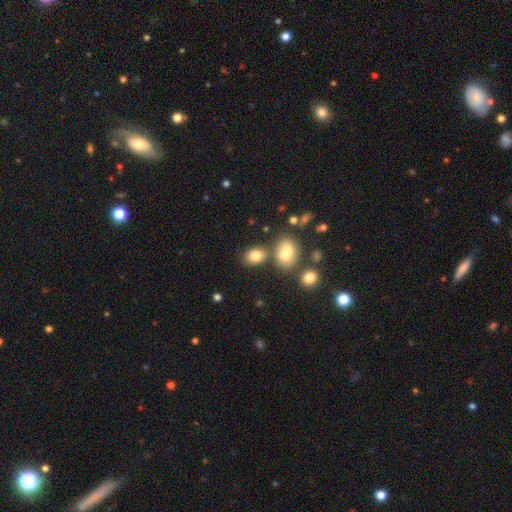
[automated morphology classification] Smooth or featured?
  - smooth: 81% *
  - star or artifact: 11%
  - featured or disk: 8%
How rounded?
  - in between: 67% *
  - round: 32%
  - cigar-shaped: 1%
Merging?
  - none: 68% *
  - merger: 17%
  - minor disturbance: 12%
  - major disturbance: 4%